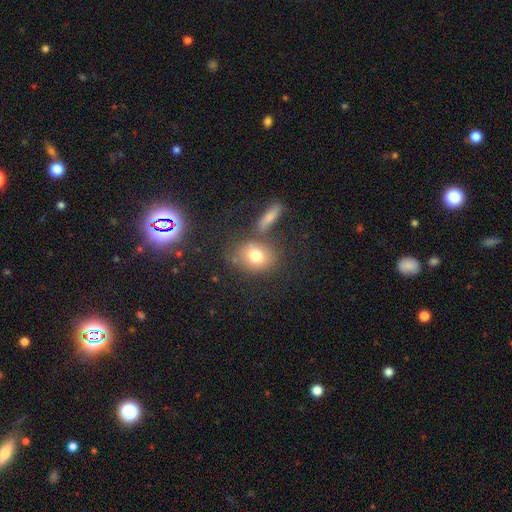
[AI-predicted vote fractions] smooth 75%, featured or disk 14%, star or artifact 11%. Down the decision tree: how rounded — round (52%); merging — none (63%).